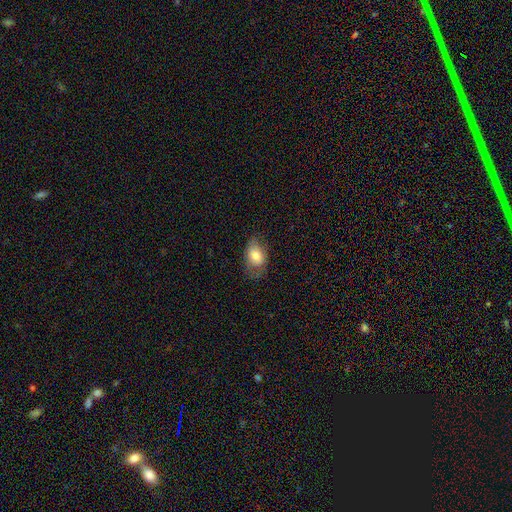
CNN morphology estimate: Q: Smooth or featured?
A: smooth (73%); runner-up: featured or disk (19%)
Q: How rounded?
A: in between (84%); runner-up: round (15%)
Q: Merging?
A: none (60%); runner-up: minor disturbance (26%)